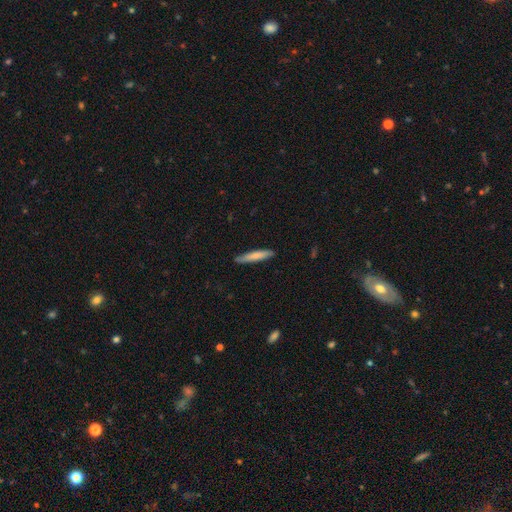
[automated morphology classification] This is likely a smooth galaxy (75%). How rounded: clearly cigar-shaped (92%). Merging: clearly none (86%).